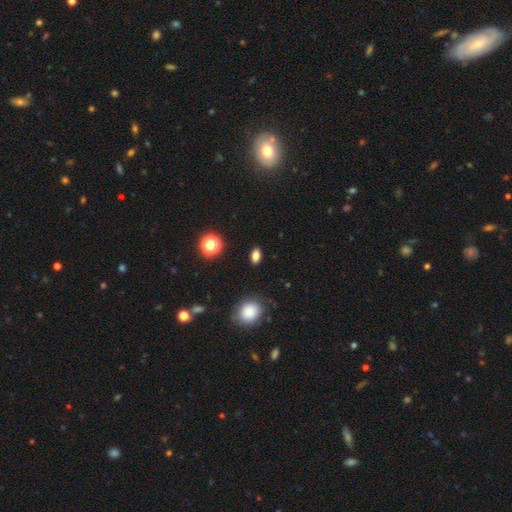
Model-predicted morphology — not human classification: type=smooth (80%); roundness=in between (81%); merging=none (88%).